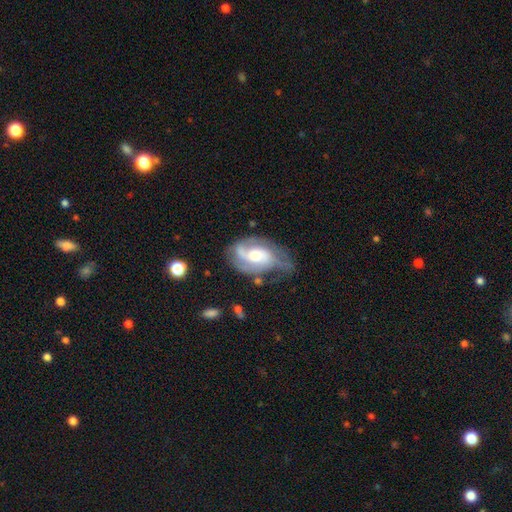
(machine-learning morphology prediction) Overall: featured or disk (81%). Edge-on disk: no (97%). Bar: no (55%; weak 36%). Spiral arms: yes (93%). Spiral arm count: 2 (46%; 3 22%). Spiral winding: medium (45%; tight 38%). Bulge size: moderate (56%; large 25%). Merging: none (45%; minor disturbance 29%).